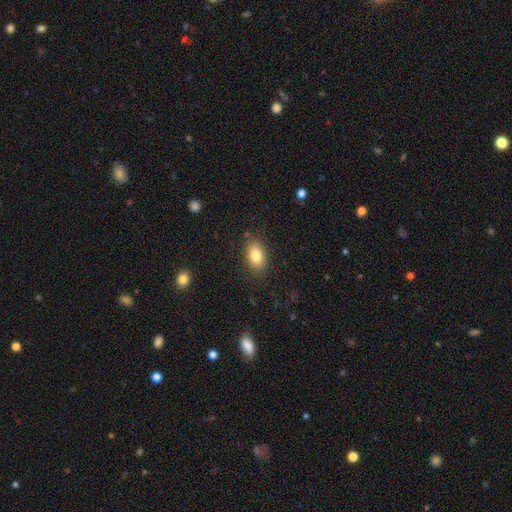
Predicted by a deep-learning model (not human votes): smooth 82%, featured or disk 9%, star or artifact 8%. Down the decision tree: how rounded — in between (89%); merging — none (84%).